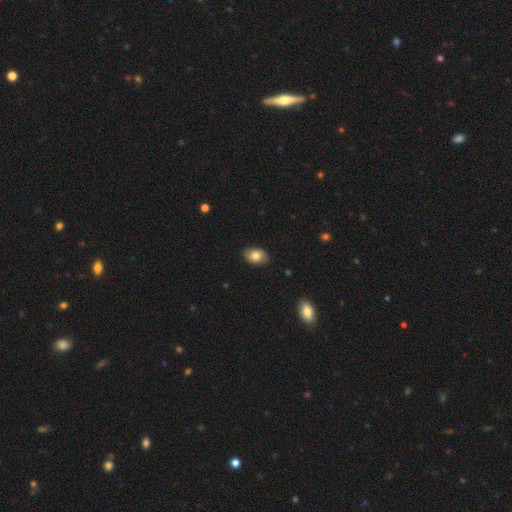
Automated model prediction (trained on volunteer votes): smooth_or_featured: smooth (p=0.81) [alt: featured or disk p=0.12]
how_rounded: in between (p=0.88) [alt: round p=0.11]
merging: none (p=0.88) [alt: minor disturbance p=0.09]